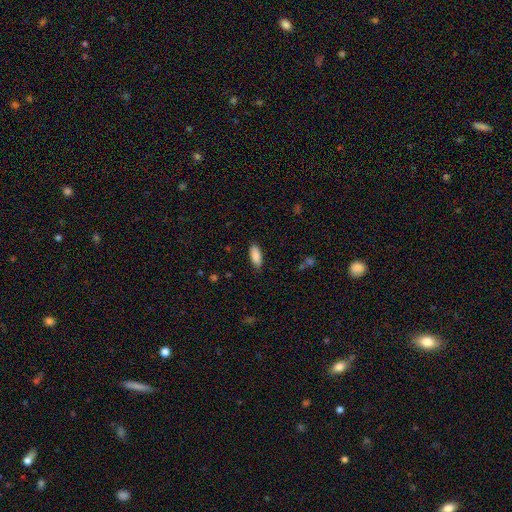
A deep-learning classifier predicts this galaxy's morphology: type=smooth (87%); roundness=in between (81%); merging=none (85%).